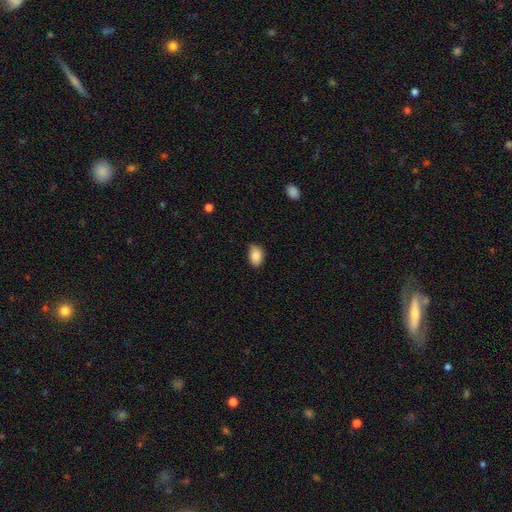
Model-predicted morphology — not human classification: Overall: smooth (87%). How rounded: in between (87%). Merging: none (77%).